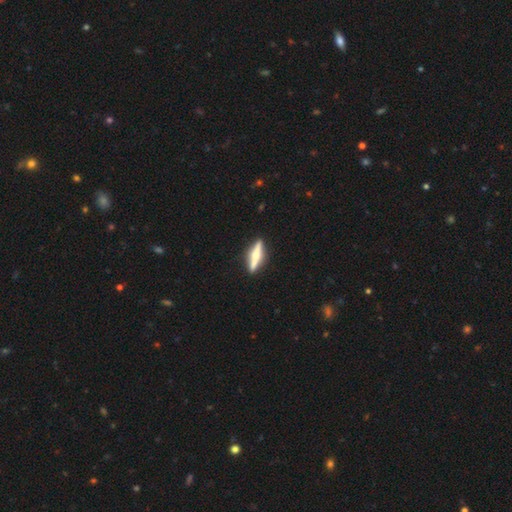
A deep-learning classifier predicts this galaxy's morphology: A featured or disk galaxy (68%) viewed edge-on (97%) with a rounded central bulge (86%).

Vote fractions:
- Smooth or featured? featured or disk: 68% / smooth: 27% / star or artifact: 5%
- Edge-on disk? yes: 97% / no: 3%
- Edge-on bulge? rounded: 86% / boxy: 7% / none: 7%
- Merging? none: 91% / minor disturbance: 6% / major disturbance: 2% / merger: 1%